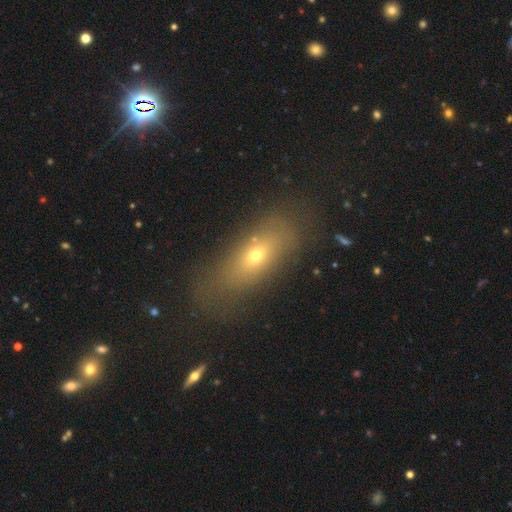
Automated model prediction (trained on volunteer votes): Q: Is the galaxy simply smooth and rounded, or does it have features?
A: smooth — 59%.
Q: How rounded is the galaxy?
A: in between — 66%.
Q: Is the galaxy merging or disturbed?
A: none — 67%.